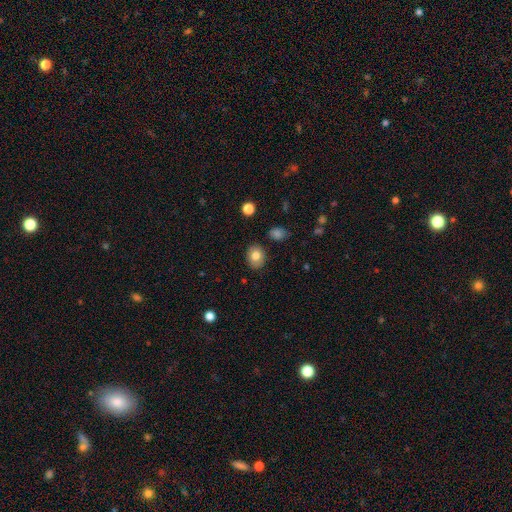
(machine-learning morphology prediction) type=smooth (79%); roundness=in between (53%); merging=none (86%).